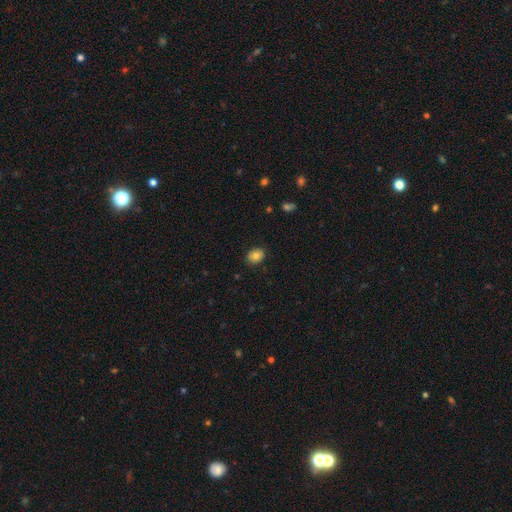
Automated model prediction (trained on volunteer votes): Smooth or featured: smooth — 78% (featured or disk — 13%)
How rounded: round — 57% (in between — 42%)
Merging: none — 85% (minor disturbance — 11%)